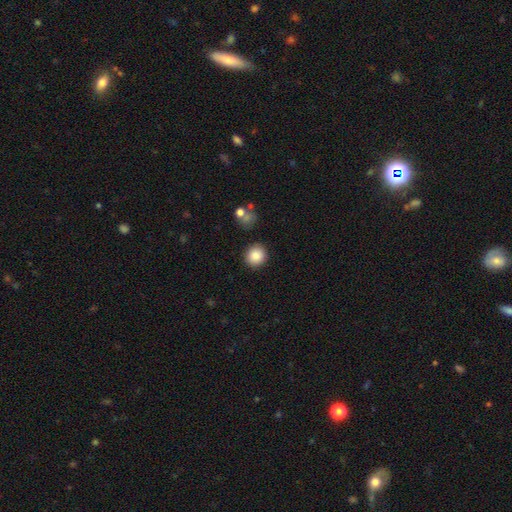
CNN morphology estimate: type=smooth (86%); roundness=round (89%); merging=none (88%).